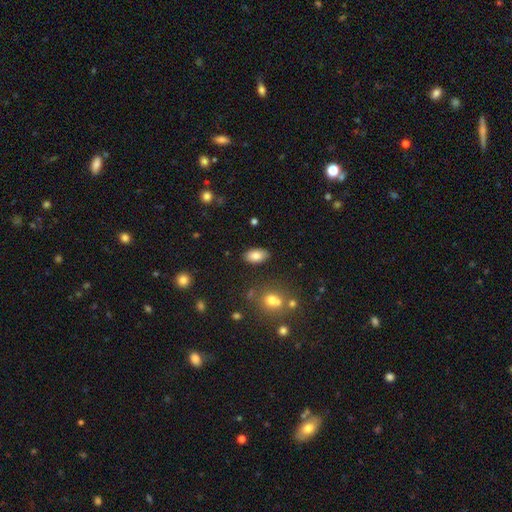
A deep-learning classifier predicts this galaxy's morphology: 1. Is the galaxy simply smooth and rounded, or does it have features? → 81% smooth, 11% featured or disk, 8% star or artifact.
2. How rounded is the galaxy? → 93% in between, 5% round, 2% cigar-shaped.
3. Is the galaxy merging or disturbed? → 85% none, 10% minor disturbance, 3% major disturbance, 3% merger.